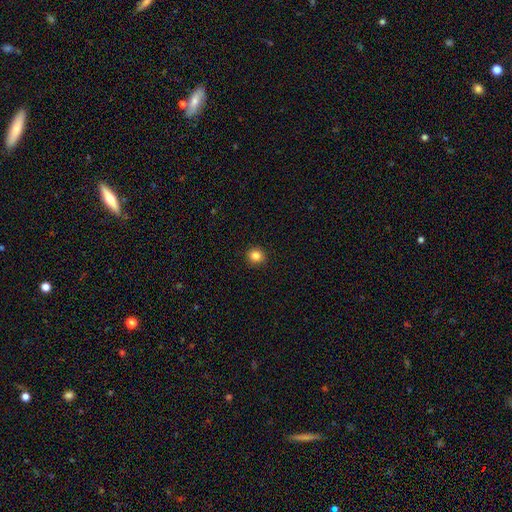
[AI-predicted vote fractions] Overall: smooth (84%). How rounded: round (92%). Merging: none (93%).